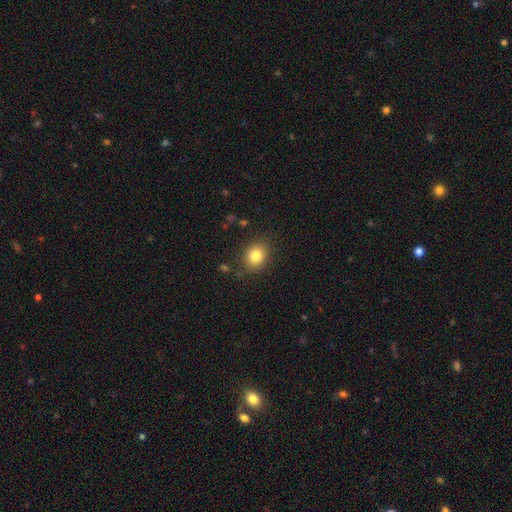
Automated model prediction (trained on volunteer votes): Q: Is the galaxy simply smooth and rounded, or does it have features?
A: smooth — 82%.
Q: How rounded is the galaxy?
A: round — 61%.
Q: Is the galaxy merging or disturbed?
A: none — 84%.